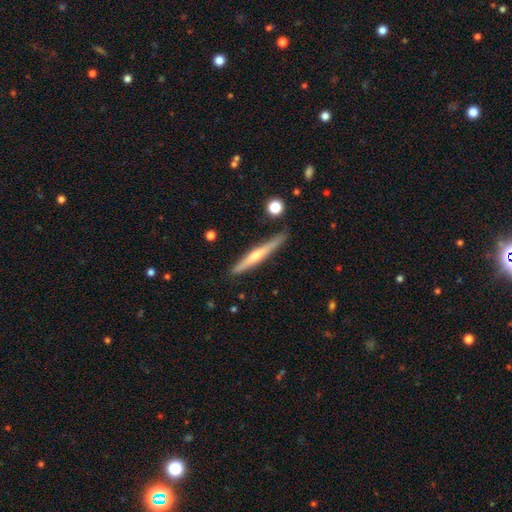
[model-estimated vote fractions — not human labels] A featured or disk galaxy (56%) viewed edge-on (96%) with a rounded central bulge (67%). Merging: none (86%).